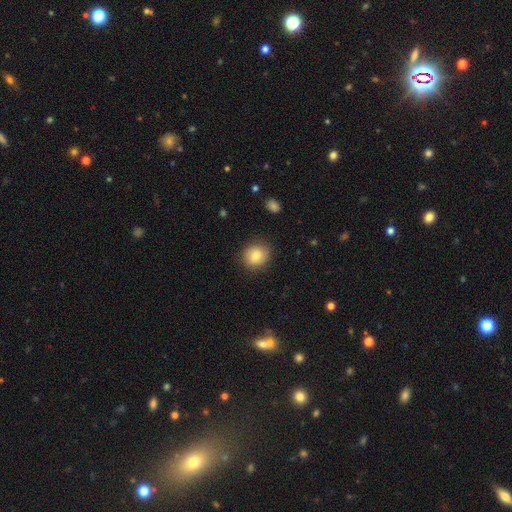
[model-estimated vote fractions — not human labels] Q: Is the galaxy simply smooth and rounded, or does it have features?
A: smooth — 80%.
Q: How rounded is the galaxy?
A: round — 74%.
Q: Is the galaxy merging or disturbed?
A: none — 85%.